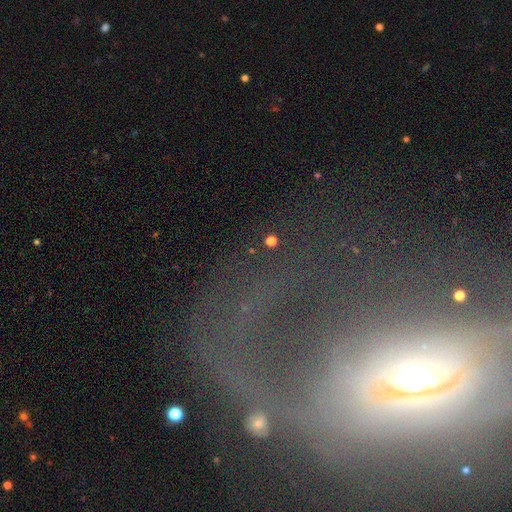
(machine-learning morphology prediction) A featured or disk galaxy (65%) with no bar (51%), spiral arms (51%) and a moderate central bulge (58%).

Vote fractions:
- Smooth or featured? featured or disk: 65% / smooth: 18% / star or artifact: 17%
- Edge-on disk? no: 87% / yes: 13%
- Bar? no: 51% / weak: 25% / strong: 24%
- Spiral arms? yes: 51% / no: 49%
- Bulge size? moderate: 58% / small: 17% / large: 16% / dominant: 6% / none: 3%
- Merging? major disturbance: 41% / none: 40% / minor disturbance: 13% / merger: 6%